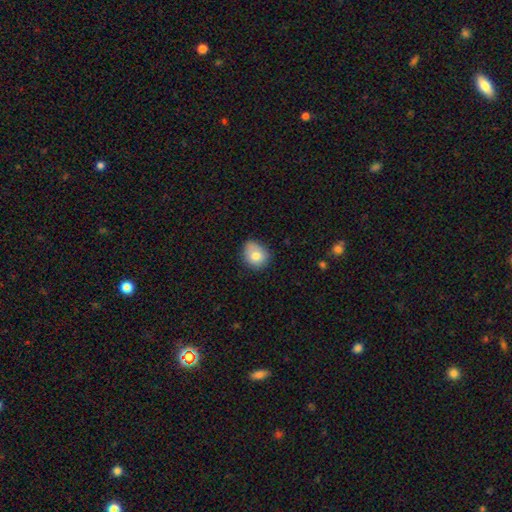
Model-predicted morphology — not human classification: smooth 78%, featured or disk 13%, star or artifact 9%. Down the decision tree: how rounded — round (66%); merging — none (61%).